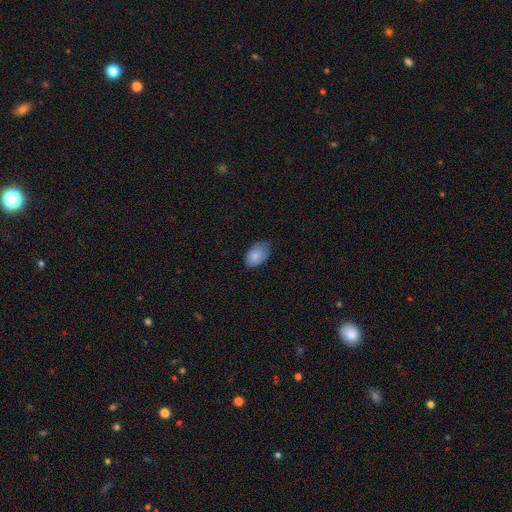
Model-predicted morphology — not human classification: smooth-or-featured: smooth: 82% | featured or disk: 11% | star or artifact: 7%
  how-rounded: in between: 90% | round: 9% | cigar-shaped: 1%
  merging: none: 62% | minor disturbance: 32% | major disturbance: 5% | merger: 1%